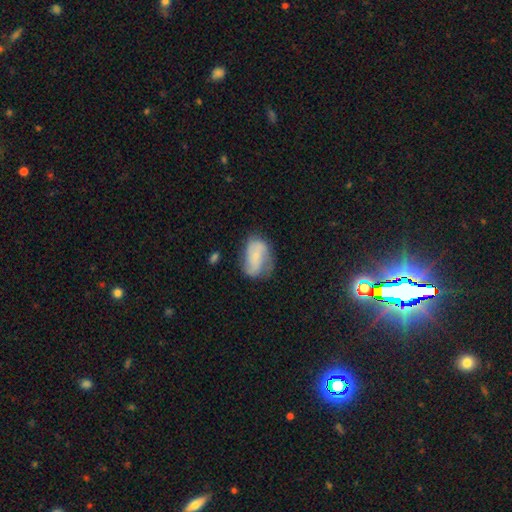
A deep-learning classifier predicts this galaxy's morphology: Smooth or featured? Predicted: featured or disk (p=0.46, tied with smooth). Merging? Predicted: none (p=0.49).